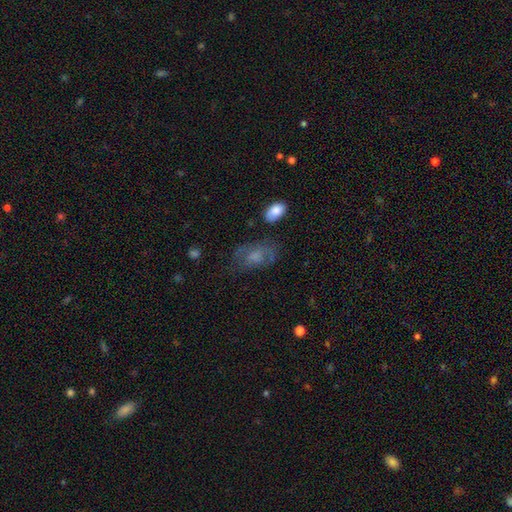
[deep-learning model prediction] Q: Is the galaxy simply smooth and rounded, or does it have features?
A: smooth — 44%.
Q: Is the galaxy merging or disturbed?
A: none — 56%.